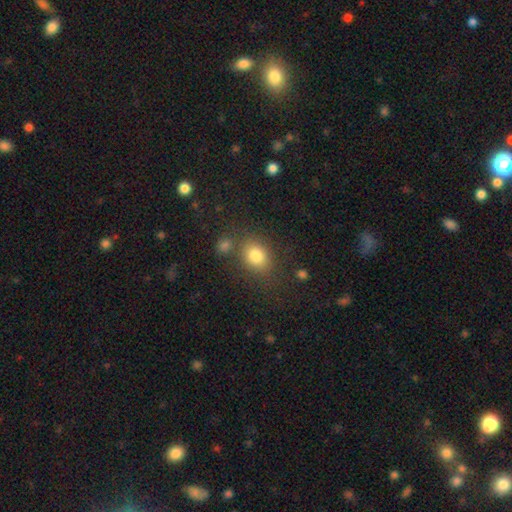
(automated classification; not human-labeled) This appears to be a smooth galaxy with no disk features (80%) that is in between round and cigar-shaped (52%). Merging: none (69%).